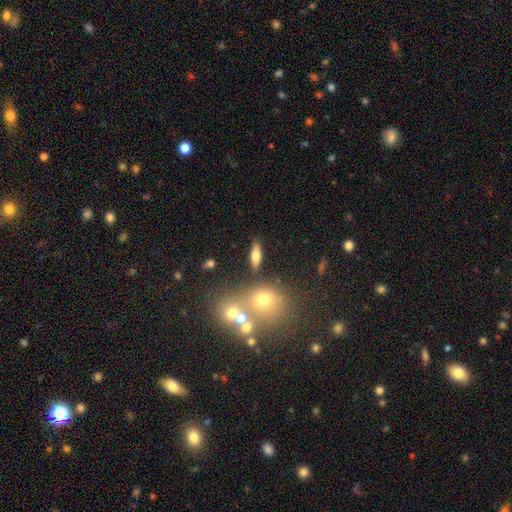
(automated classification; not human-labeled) smooth 62%, featured or disk 29%, star or artifact 10%. Down the decision tree: how rounded — in between (62%); merging — none (80%).